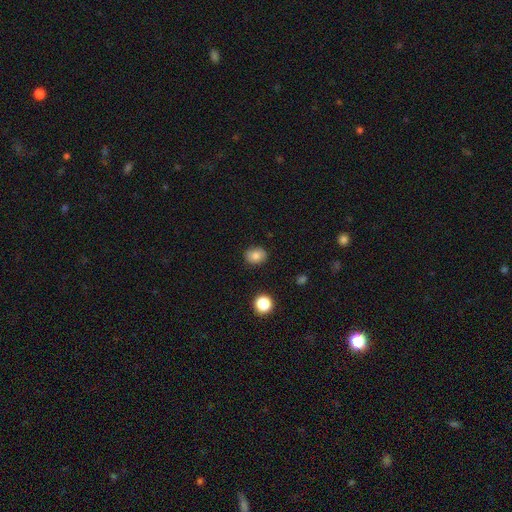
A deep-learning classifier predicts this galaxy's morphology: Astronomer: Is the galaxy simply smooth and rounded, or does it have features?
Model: smooth — 81%.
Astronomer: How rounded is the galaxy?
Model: round — 54% (runner-up: in between, 45%).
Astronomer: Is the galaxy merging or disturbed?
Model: none — 86%.